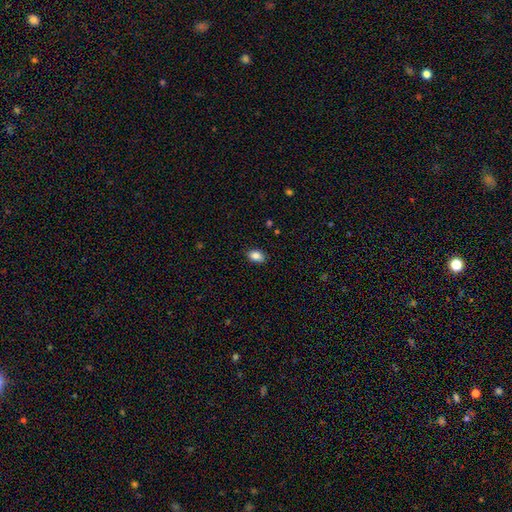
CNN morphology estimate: This appears to be a smooth galaxy with no disk features (87%) that is in between round and cigar-shaped (84%). Merging: none (86%).